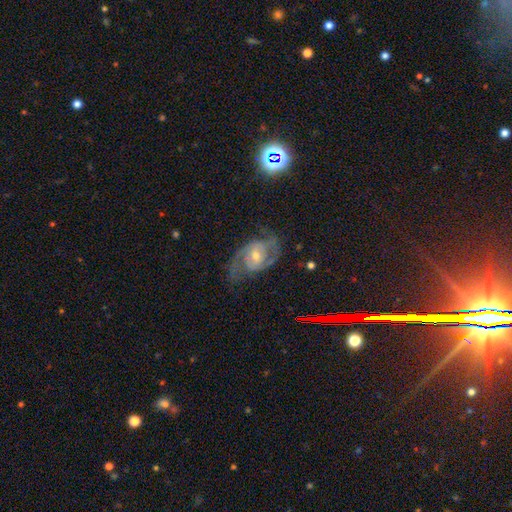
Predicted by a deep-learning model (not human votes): Morphology: type=featured or disk (82%); edge-on=no (96%); bar=no (48%); spiral arms=yes (92%); winding=medium (53%); arm count=2 (81%); bulge=small (48%); merging=none (66%).